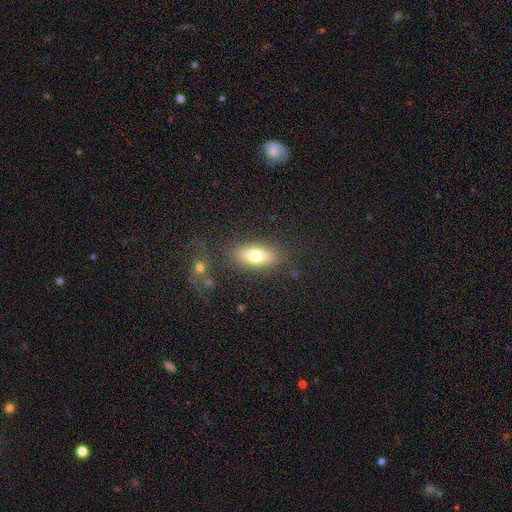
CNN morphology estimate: This appears to be a smooth galaxy with no disk features (71%) that is in between round and cigar-shaped (81%). Merging: none (81%).